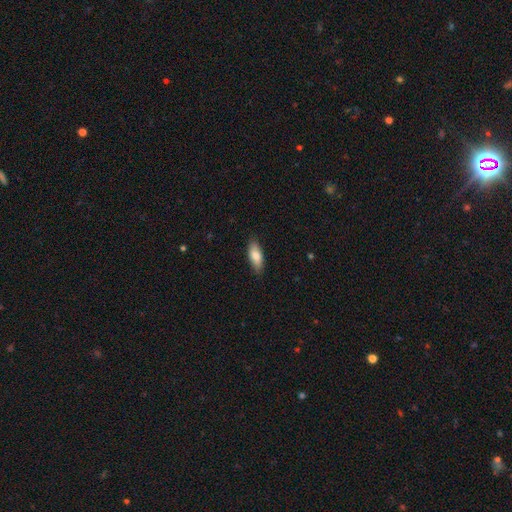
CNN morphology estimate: Smooth or featured? Predicted: smooth (p=0.82). How rounded? Predicted: in between (p=0.79). Merging? Predicted: none (p=0.85).